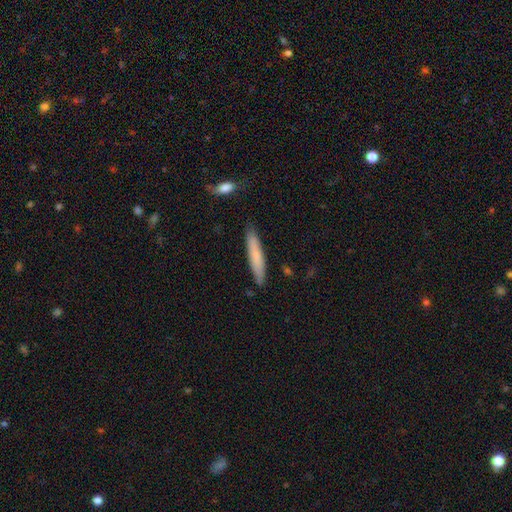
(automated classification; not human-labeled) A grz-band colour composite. It shows a smooth galaxy with no disk features (71%) that is cigar-shaped (92%). Merging: none (86%).